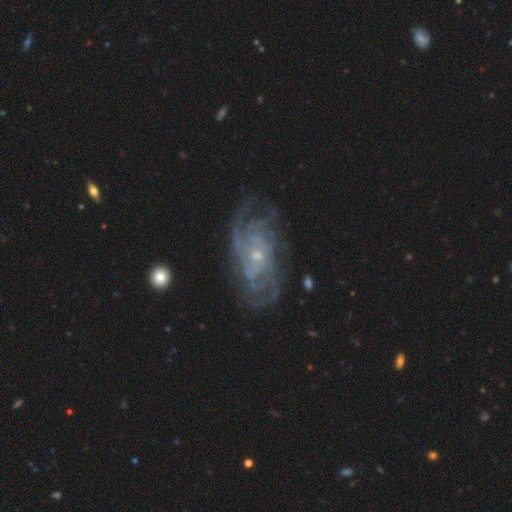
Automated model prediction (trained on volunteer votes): smooth-or-featured: featured or disk: 87% | star or artifact: 7% | smooth: 6%
  disk-edge-on: no: 95% | yes: 5%
    bar: no: 73% | weak: 22% | strong: 5%
    has-spiral-arms: yes: 95% | no: 5%
      spiral-winding: tight: 60% | medium: 31% | loose: 9%
      spiral-arm-count: can't tell: 36% | 4: 16% | 2: 15% | 3: 15% | more than 4: 11% | 1: 7%
    bulge-size: small: 76% | moderate: 19% | none: 2% | large: 1% | dominant: 1%
  merging: none: 72% | minor disturbance: 17% | major disturbance: 9% | merger: 2%